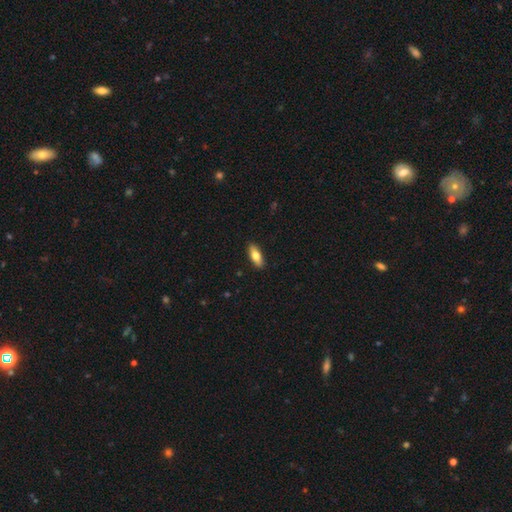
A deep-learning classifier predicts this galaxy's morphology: The model was most divided on "how rounded": in between: 75%, cigar-shaped: 23%, round: 3%. More confident: merging — none (90%); smooth or featured — smooth (74%).